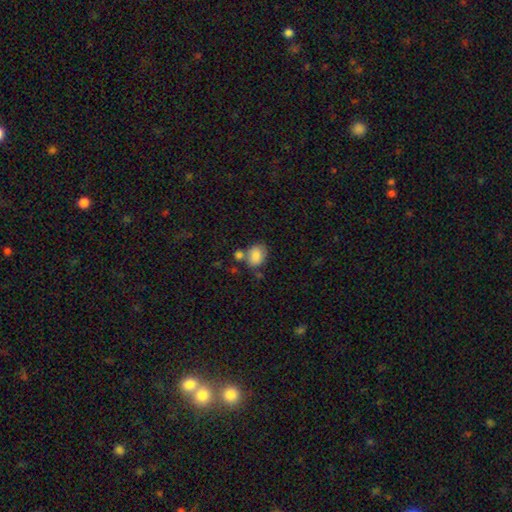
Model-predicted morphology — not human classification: This is clearly a smooth galaxy (83%). How rounded: possibly in between (59%). Merging: possibly none (55%).